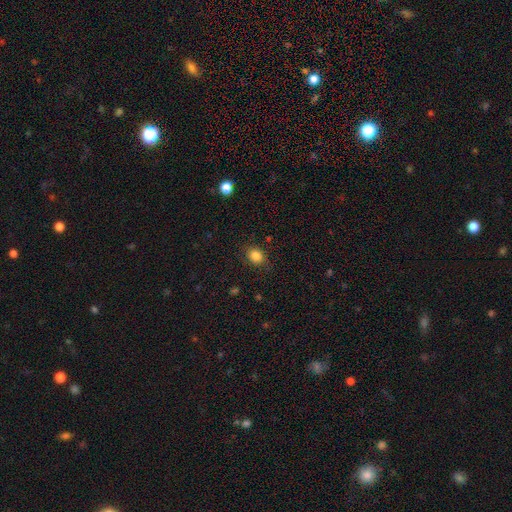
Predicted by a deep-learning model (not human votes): smooth 84%, star or artifact 11%, featured or disk 5%. Down the decision tree: how rounded — round (54%); merging — none (84%).